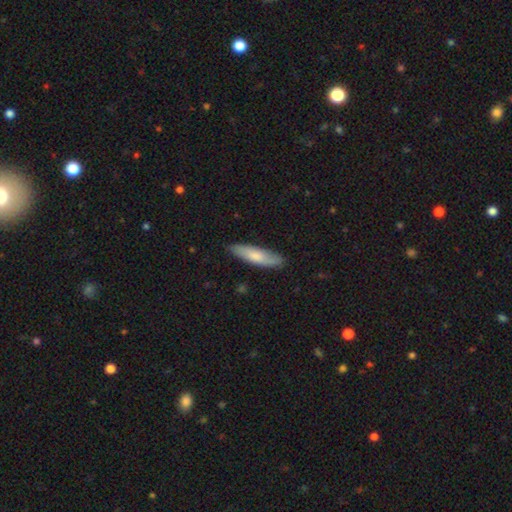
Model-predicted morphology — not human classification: A smooth galaxy with no disk features (73%) that is cigar-shaped (70%). Merging: none (85%).